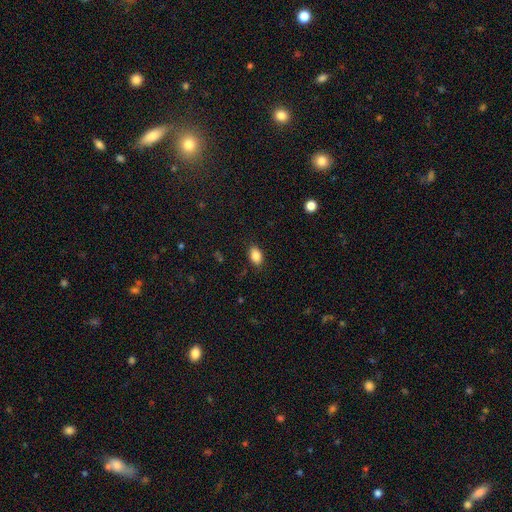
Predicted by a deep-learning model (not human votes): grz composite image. It shows a smooth galaxy with no disk features (86%) that is in between round and cigar-shaped (89%). Merging: none (86%).